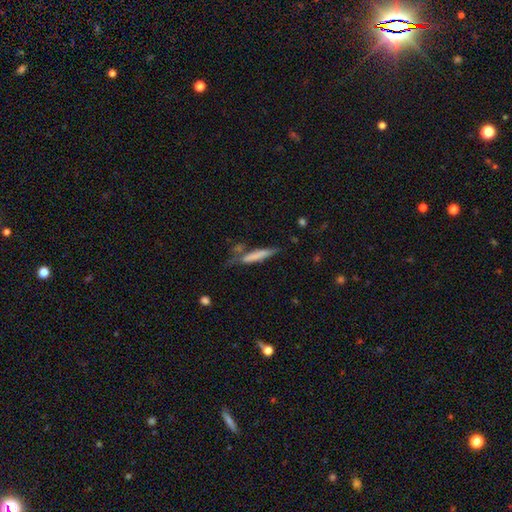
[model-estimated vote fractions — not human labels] Smooth or featured? Predicted: smooth (p=0.69). How rounded? Predicted: cigar-shaped (p=0.90). Merging? Predicted: none (p=0.56).